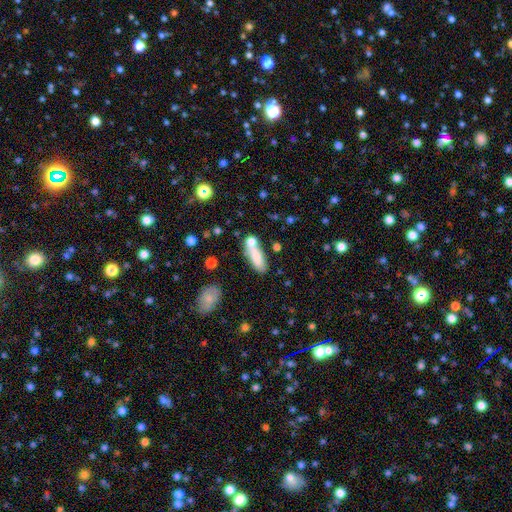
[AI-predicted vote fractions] Smooth or featured? Predicted: smooth (p=0.76). How rounded? Predicted: in between (p=0.53). Merging? Predicted: none (p=0.52).